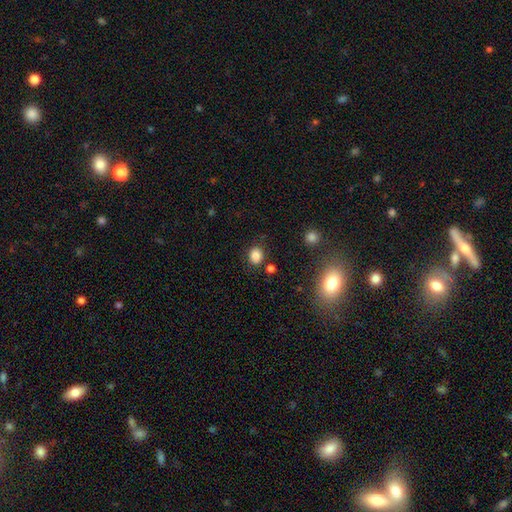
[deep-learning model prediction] Q: Smooth or featured?
A: smooth (83%); runner-up: star or artifact (11%)
Q: How rounded?
A: round (65%); runner-up: in between (34%)
Q: Merging?
A: none (82%); runner-up: minor disturbance (10%)